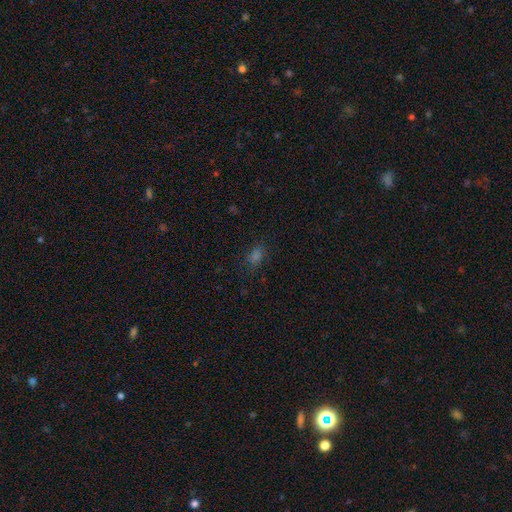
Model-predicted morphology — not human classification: Smooth or featured?
  - smooth: 62% *
  - star or artifact: 29%
  - featured or disk: 8%
How rounded?
  - in between: 72% *
  - round: 24%
  - cigar-shaped: 4%
Merging?
  - none: 79% *
  - minor disturbance: 14%
  - major disturbance: 5%
  - merger: 2%